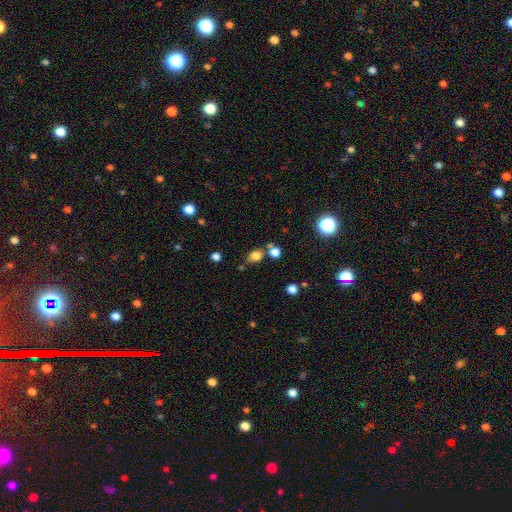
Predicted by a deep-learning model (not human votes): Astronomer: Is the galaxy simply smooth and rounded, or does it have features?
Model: smooth — 78%.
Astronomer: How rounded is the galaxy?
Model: in between — 57% (runner-up: round, 41%).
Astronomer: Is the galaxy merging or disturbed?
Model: none — 64%.